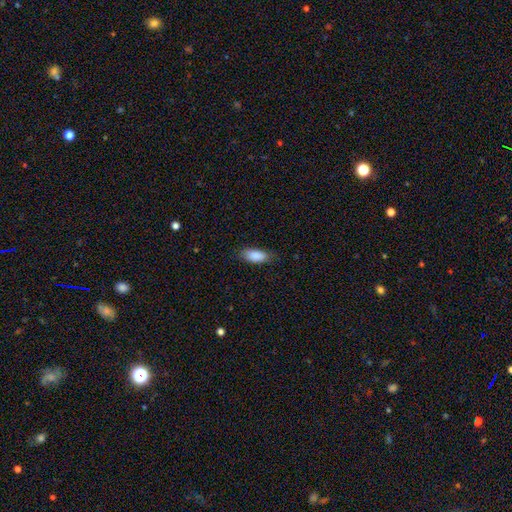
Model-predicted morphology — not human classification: This appears to be a smooth galaxy with no disk features (89%) that is in between round and cigar-shaped (84%). Merging: none (81%).